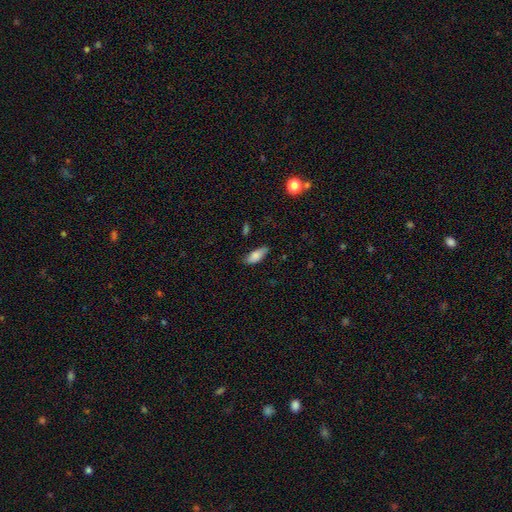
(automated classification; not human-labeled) Smooth or featured: smooth — 83% (featured or disk — 10%)
How rounded: in between — 85% (cigar-shaped — 13%)
Merging: none — 77% (minor disturbance — 18%)